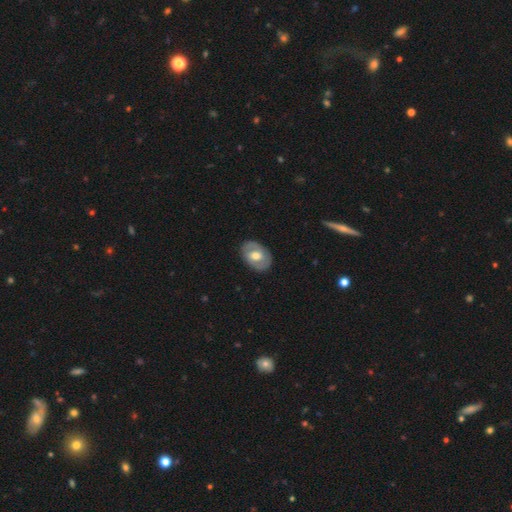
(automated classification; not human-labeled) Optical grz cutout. It shows a featured or disk galaxy (55%) with no bar (53%), no spiral arms (54%) and a moderate central bulge (70%). Merging: none (84%).